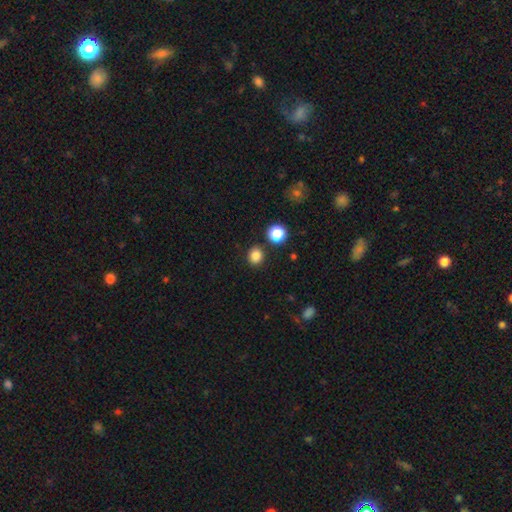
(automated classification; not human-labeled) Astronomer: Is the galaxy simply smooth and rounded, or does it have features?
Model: smooth — 83%.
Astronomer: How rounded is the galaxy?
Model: round — 81%.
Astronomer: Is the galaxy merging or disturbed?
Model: none — 86%.